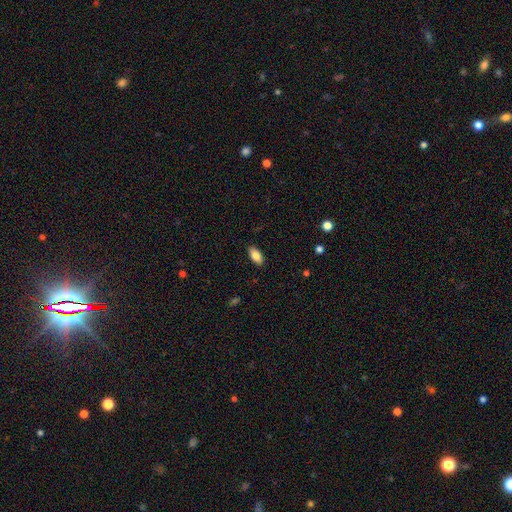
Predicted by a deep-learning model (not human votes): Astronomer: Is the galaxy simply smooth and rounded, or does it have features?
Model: smooth — 85%.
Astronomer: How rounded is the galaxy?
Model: in between — 91%.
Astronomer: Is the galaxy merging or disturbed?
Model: none — 88%.